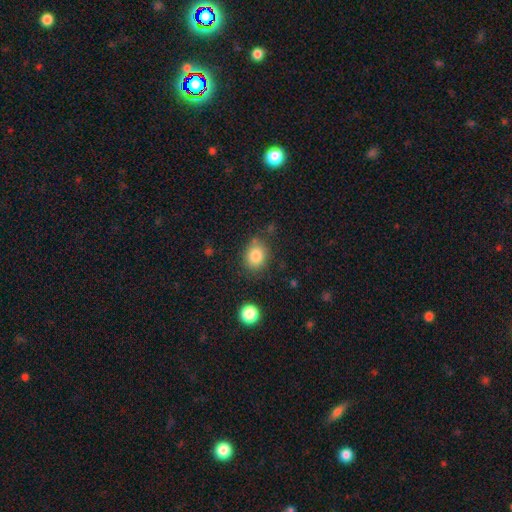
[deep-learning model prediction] Smooth or featured? Predicted: smooth (p=0.84). How rounded? Predicted: round (p=0.60). Merging? Predicted: none (p=0.76).